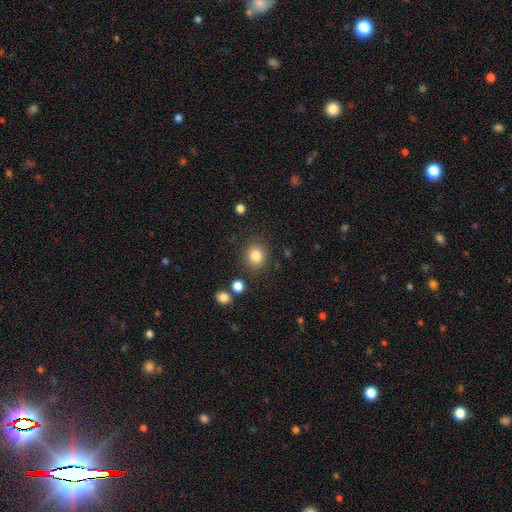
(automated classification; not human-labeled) smooth 83%, star or artifact 11%, featured or disk 6%. Down the decision tree: how rounded — round (85%); merging — none (86%).